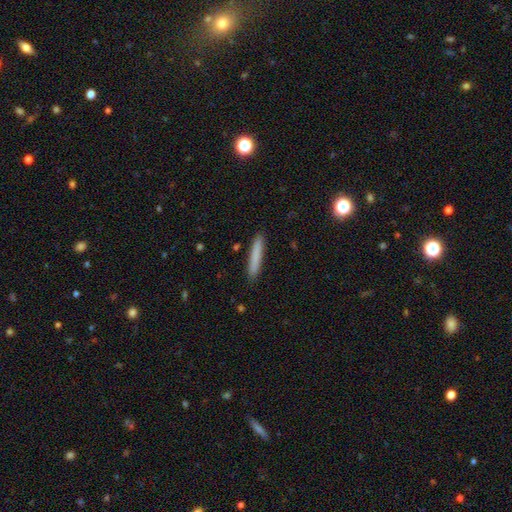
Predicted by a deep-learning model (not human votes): smooth_or_featured: smooth (p=0.80) [alt: featured or disk p=0.13]
how_rounded: cigar-shaped (p=0.95) [alt: in between p=0.04]
merging: none (p=0.90) [alt: minor disturbance p=0.07]